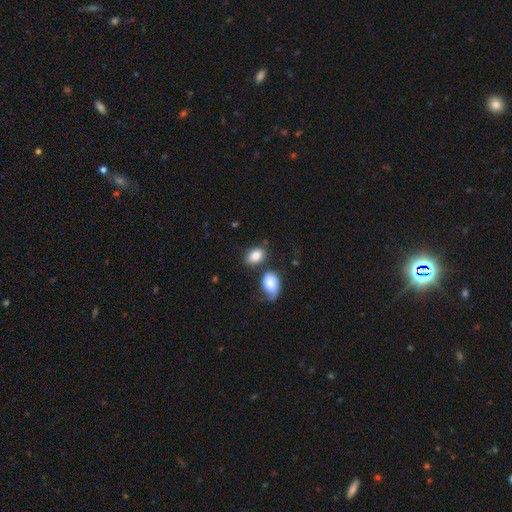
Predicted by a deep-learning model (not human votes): smooth_or_featured: smooth (p=0.83) [alt: featured or disk p=0.09]
how_rounded: in between (p=0.77) [alt: round p=0.22]
merging: none (p=0.62) [alt: merger p=0.17]